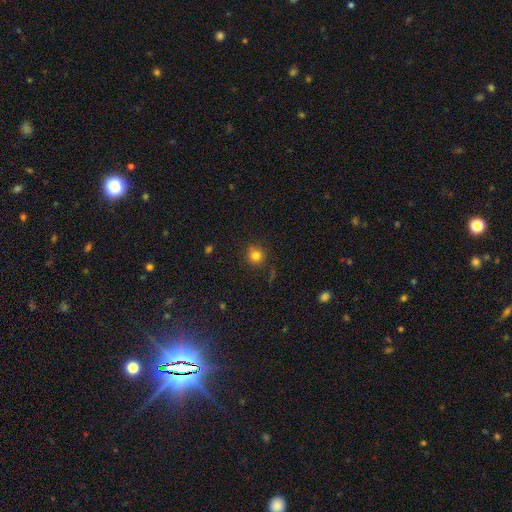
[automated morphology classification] A smooth galaxy with no disk features (81%) that is round (92%). Merging: none (85%).